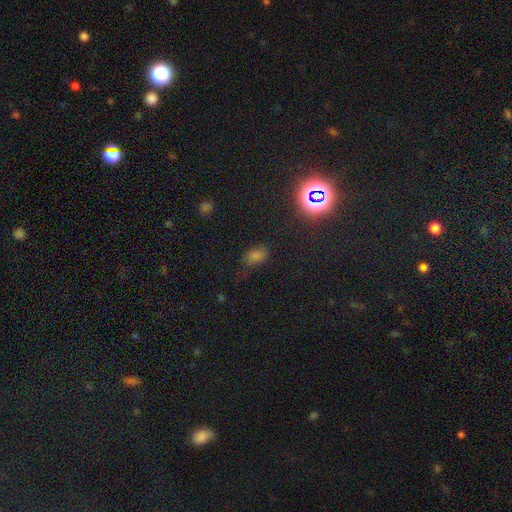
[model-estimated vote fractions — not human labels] Q: Smooth or featured?
A: smooth (59%); runner-up: star or artifact (33%)
Q: How rounded?
A: in between (84%); runner-up: round (12%)
Q: Merging?
A: none (67%); runner-up: minor disturbance (22%)